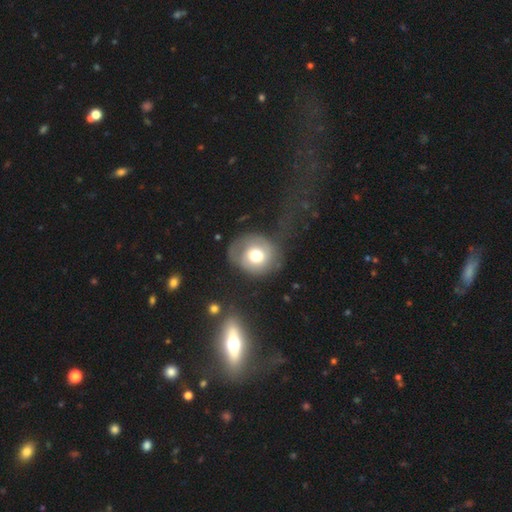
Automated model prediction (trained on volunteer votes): Overall: smooth (60%; featured or disk 32%). How rounded: round (80%). Merging: none (47%; major disturbance 28%).